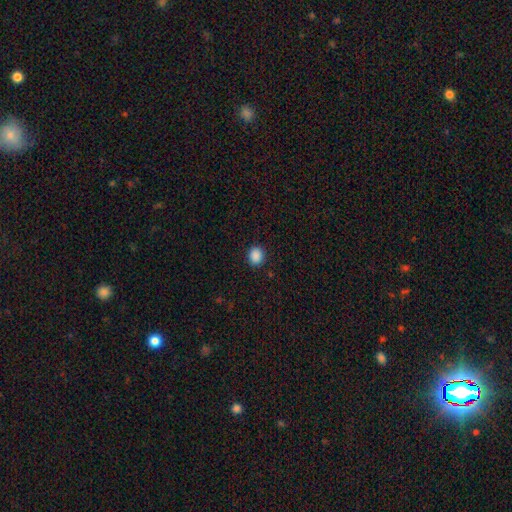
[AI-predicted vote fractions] smooth 88%, star or artifact 9%, featured or disk 2%. Down the decision tree: how rounded — round (67%); merging — none (90%).